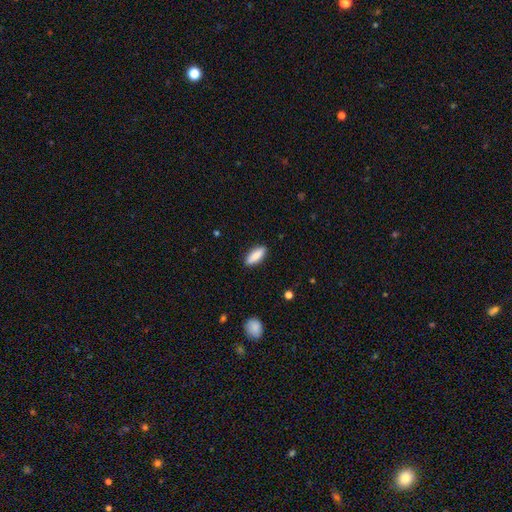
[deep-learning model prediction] smooth_or_featured: smooth (p=0.86) [alt: featured or disk p=0.08]
how_rounded: in between (p=0.68) [alt: cigar-shaped p=0.30]
merging: none (p=0.89) [alt: minor disturbance p=0.08]